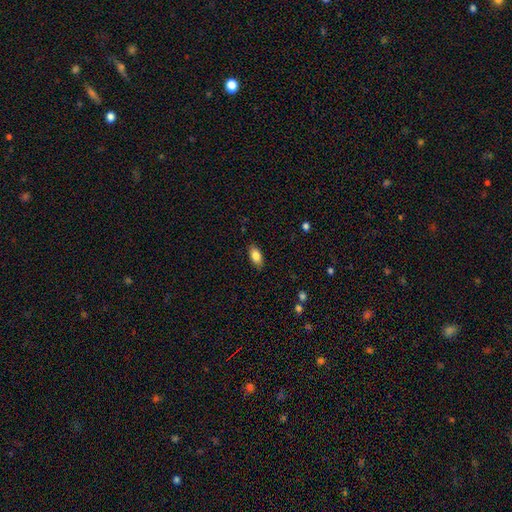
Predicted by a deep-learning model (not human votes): Smooth or featured? Predicted: smooth (p=0.84). How rounded? Predicted: in between (p=0.91). Merging? Predicted: none (p=0.87).